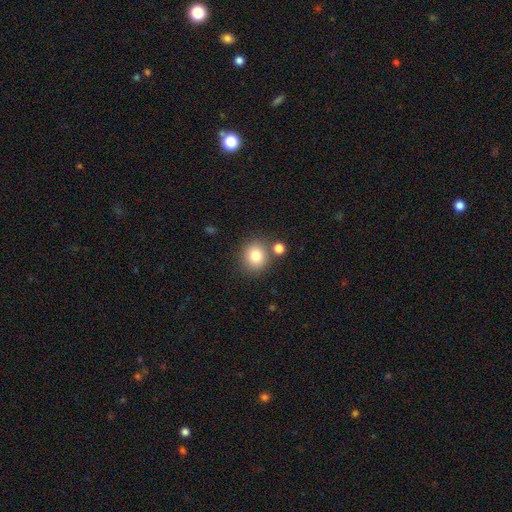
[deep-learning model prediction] A smooth galaxy with no disk features (81%) that is round (85%). Merging: none (76%).